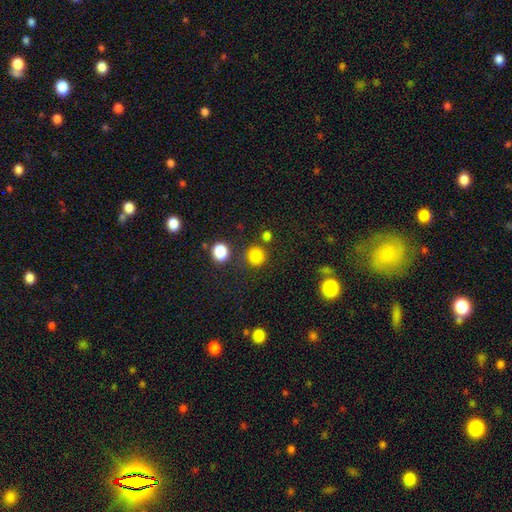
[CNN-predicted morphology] smooth_or_featured: smooth (p=0.82) [alt: star or artifact p=0.14]
how_rounded: round (p=0.91) [alt: in between p=0.08]
merging: none (p=0.82) [alt: minor disturbance p=0.08]